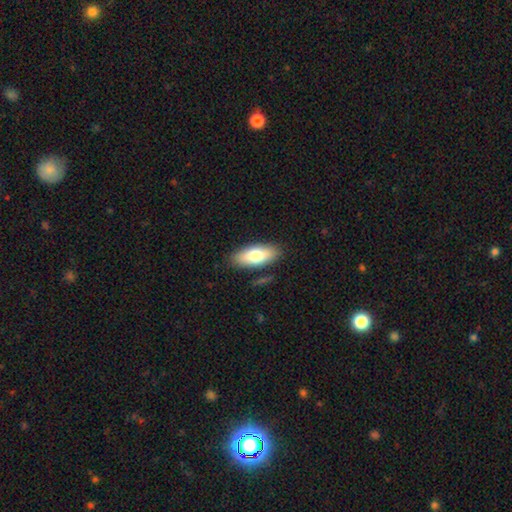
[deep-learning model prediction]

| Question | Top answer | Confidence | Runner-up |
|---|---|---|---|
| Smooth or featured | smooth | 72% | featured or disk (21%) |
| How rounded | in between | 81% | cigar-shaped (16%) |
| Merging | none | 85% | minor disturbance (10%) |